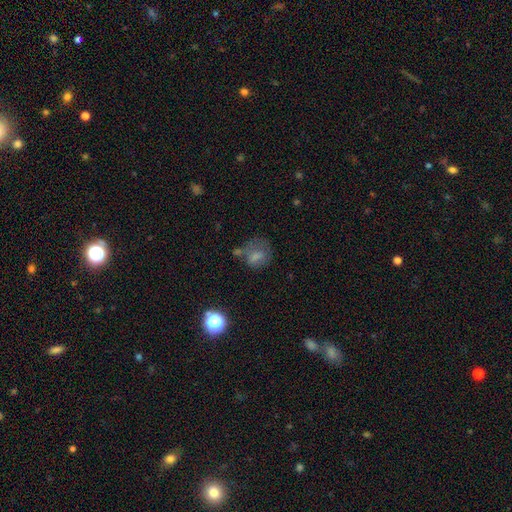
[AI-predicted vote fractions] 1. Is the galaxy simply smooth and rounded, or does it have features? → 65% smooth, 19% featured or disk, 16% star or artifact.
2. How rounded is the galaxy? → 53% round, 45% in between, 2% cigar-shaped.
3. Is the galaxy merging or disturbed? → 40% none, 24% minor disturbance, 24% major disturbance, 12% merger.